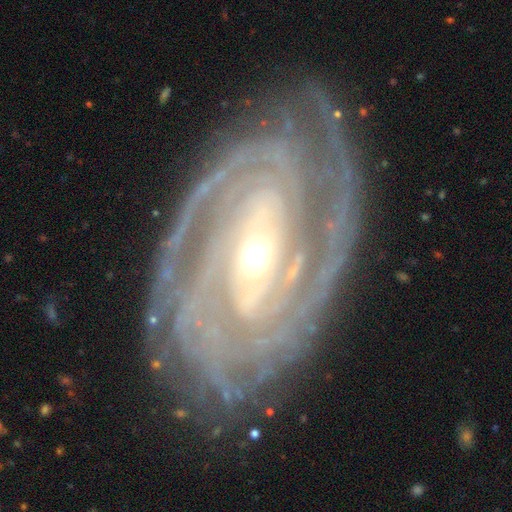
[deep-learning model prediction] Morphology: type=featured or disk (93%); edge-on=no (96%); bar=strong (48%); spiral arms=yes (98%); winding=tight (81%); arm count=3 (24%); bulge=small (52%); merging=none (81%).